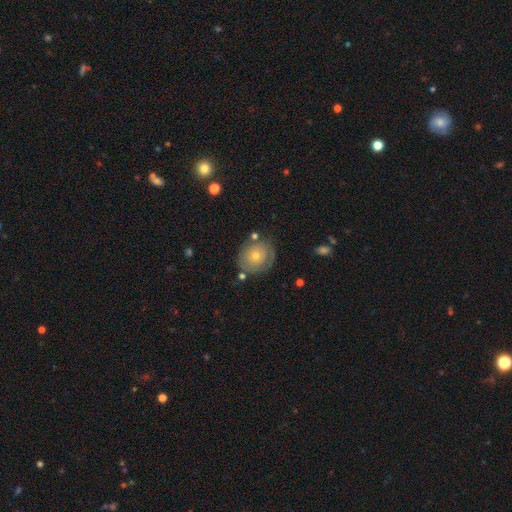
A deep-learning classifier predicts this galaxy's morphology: Smooth or featured?
  - featured or disk: 50% *
  - smooth: 40%
  - star or artifact: 10%
Merging?
  - none: 75% *
  - minor disturbance: 15%
  - major disturbance: 5%
  - merger: 4%